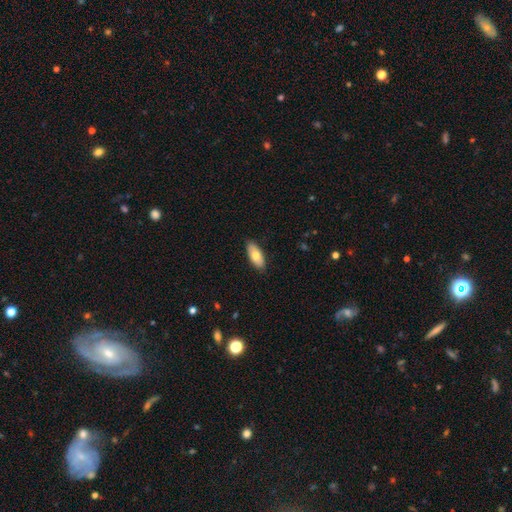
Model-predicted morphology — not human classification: This is likely a smooth galaxy (73%). How rounded: clearly in between (86%). Merging: clearly none (87%).